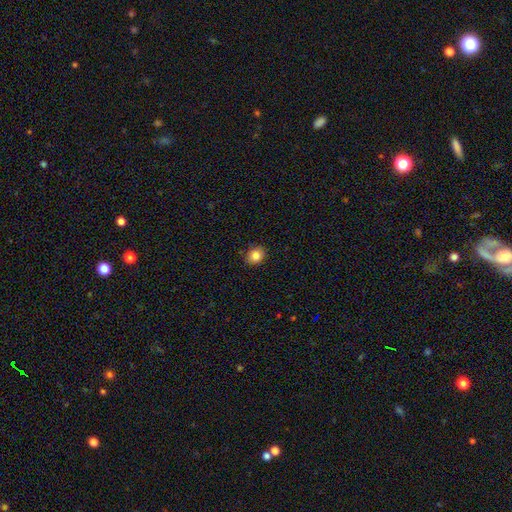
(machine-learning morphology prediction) Overall: smooth (83%). How rounded: round (69%; in between 31%). Merging: none (86%).